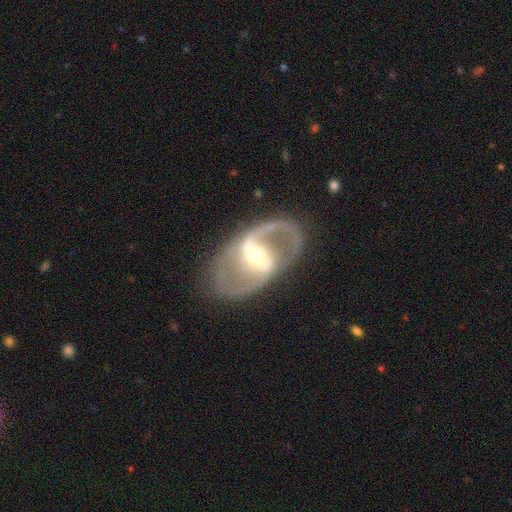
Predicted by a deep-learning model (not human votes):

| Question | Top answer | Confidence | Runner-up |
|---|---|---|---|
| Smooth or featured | featured or disk | 88% | smooth (7%) |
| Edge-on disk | no | 95% | yes (5%) |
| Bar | strong | 53% | weak (33%) |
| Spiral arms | yes | 89% | no (11%) |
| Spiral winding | medium | 54% | loose (27%) |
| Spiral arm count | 2 | 89% | can't tell (4%) |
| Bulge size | moderate | 55% | small (36%) |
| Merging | none | 79% | minor disturbance (12%) |